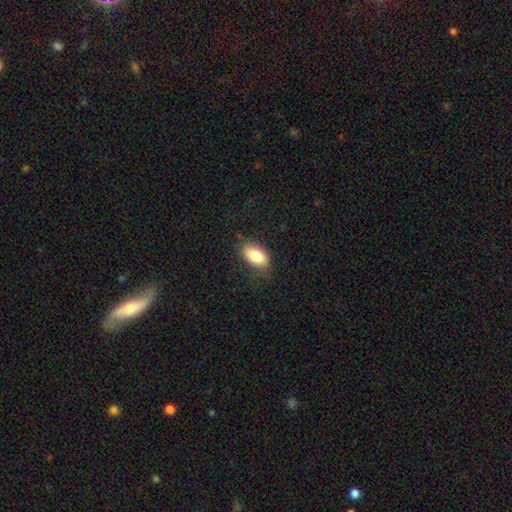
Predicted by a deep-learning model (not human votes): A smooth galaxy with no disk features (82%) that is in between round and cigar-shaped (92%). Merging: none (77%).